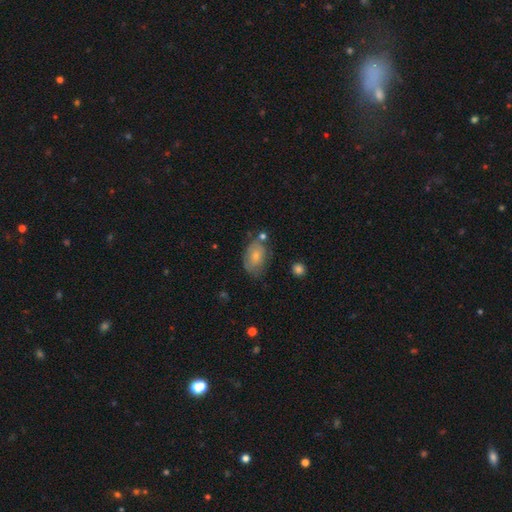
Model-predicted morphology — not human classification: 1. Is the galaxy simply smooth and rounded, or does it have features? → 71% smooth, 22% featured or disk, 7% star or artifact.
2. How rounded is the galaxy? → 87% in between, 11% round, 2% cigar-shaped.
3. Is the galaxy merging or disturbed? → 58% none, 27% minor disturbance, 8% major disturbance, 7% merger.